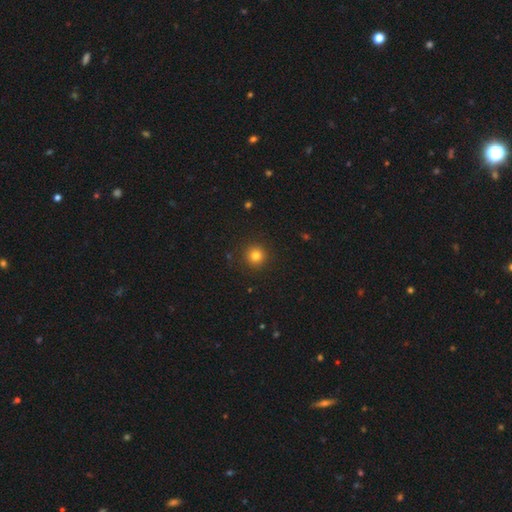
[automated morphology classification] smooth-or-featured: smooth: 80% | star or artifact: 14% | featured or disk: 6%
  how-rounded: round: 95% | in between: 4% | cigar-shaped: 1%
  merging: none: 91% | minor disturbance: 6% | major disturbance: 2% | merger: 1%